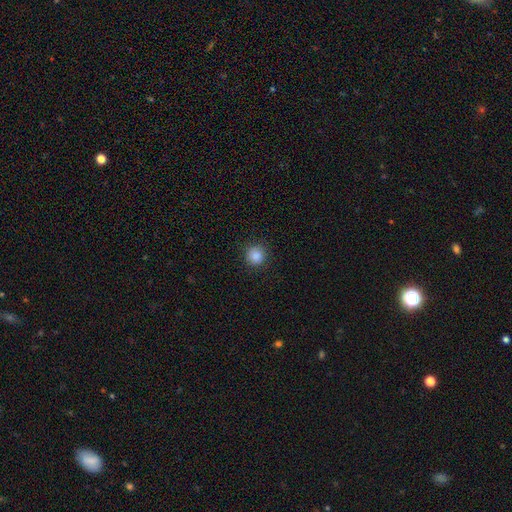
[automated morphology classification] smooth 86%, star or artifact 11%, featured or disk 3%. Down the decision tree: how rounded — round (94%); merging — none (90%).